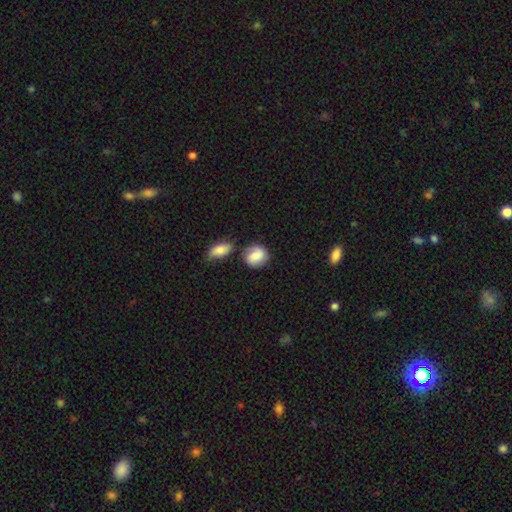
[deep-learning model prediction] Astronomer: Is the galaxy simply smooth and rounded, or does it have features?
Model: smooth — 73%.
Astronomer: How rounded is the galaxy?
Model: round — 62% (runner-up: in between, 37%).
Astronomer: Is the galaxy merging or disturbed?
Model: none — 61%.